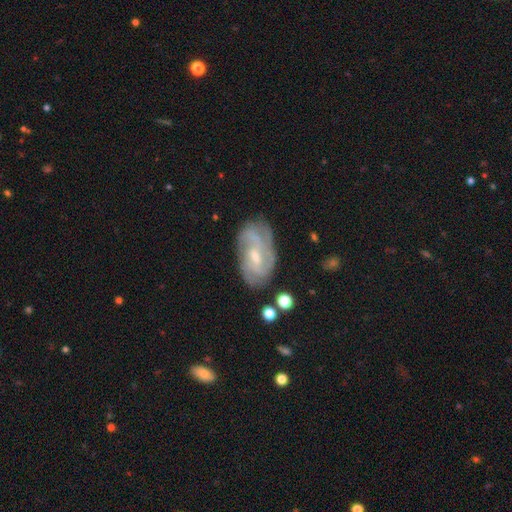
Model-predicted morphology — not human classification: Smooth or featured? featured or disk (76%)
Edge-on disk? no (95%)
Bar? weak (50%)
Spiral arms? yes (90%)
Spiral winding? tight (49%)
Spiral arm count? can't tell (36%)
Bulge size? small (57%)
Merging? none (70%)